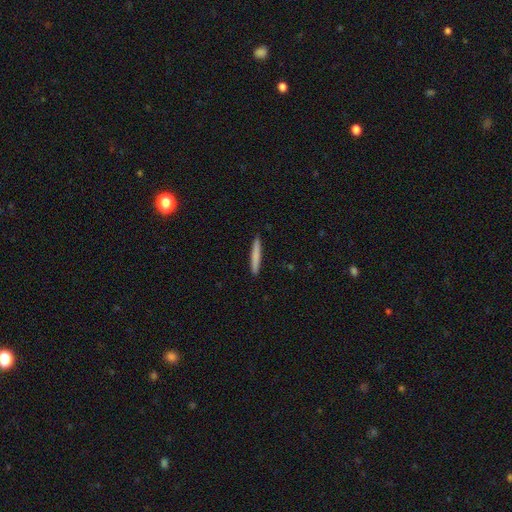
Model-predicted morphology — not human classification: The model was most divided on "smooth or featured": smooth: 77%, featured or disk: 18%, star or artifact: 6%. More confident: how rounded — cigar-shaped (96%); merging — none (92%).